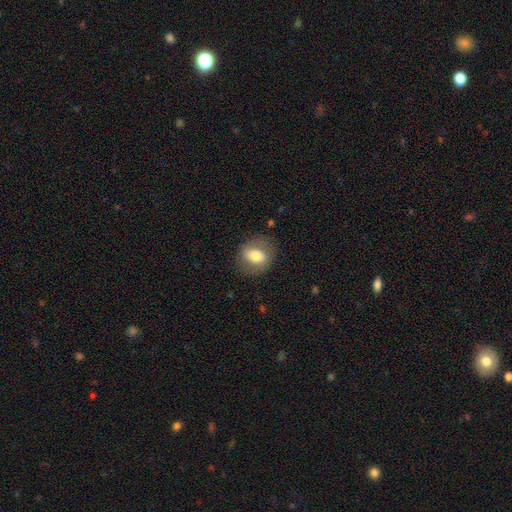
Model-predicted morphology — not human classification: smooth_or_featured: smooth (p=0.64) [alt: featured or disk p=0.28]
how_rounded: in between (p=0.53) [alt: round p=0.46]
merging: none (p=0.75) [alt: minor disturbance p=0.16]